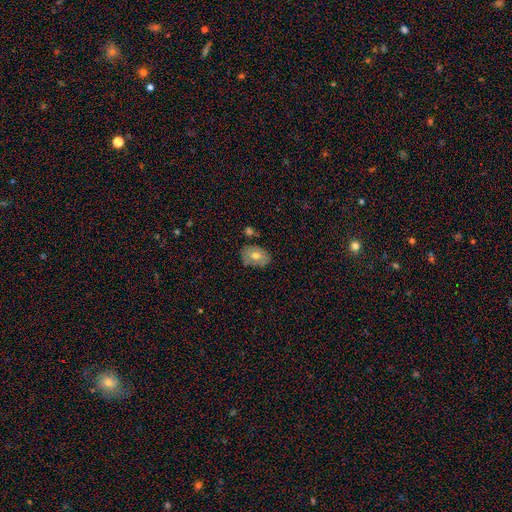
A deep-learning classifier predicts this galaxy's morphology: smooth 57%, featured or disk 34%, star or artifact 8%. Down the decision tree: how rounded — in between (80%); merging — none (73%).